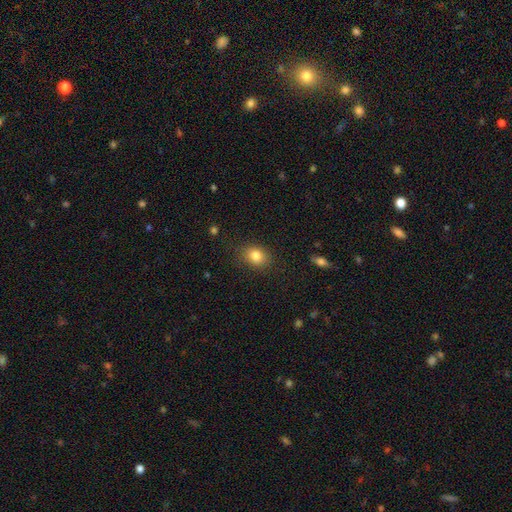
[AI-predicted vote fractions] Smooth or featured: smooth — 83% (star or artifact — 10%)
How rounded: round — 51% (in between — 48%)
Merging: none — 83% (minor disturbance — 12%)